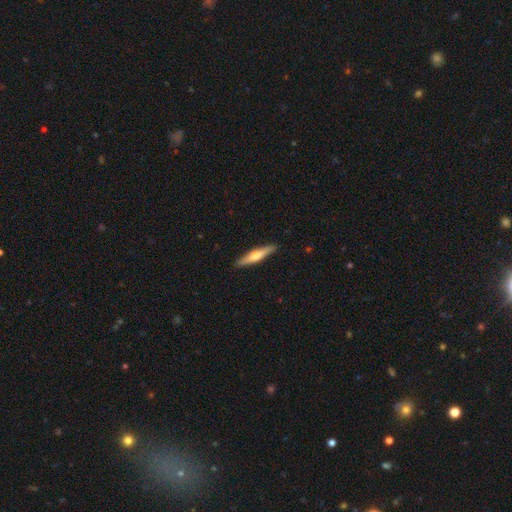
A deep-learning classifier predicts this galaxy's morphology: The model was most divided on "smooth or featured": featured or disk: 51%, smooth: 43%, star or artifact: 5%. More confident: edge-on disk — yes (95%); merging — none (90%).